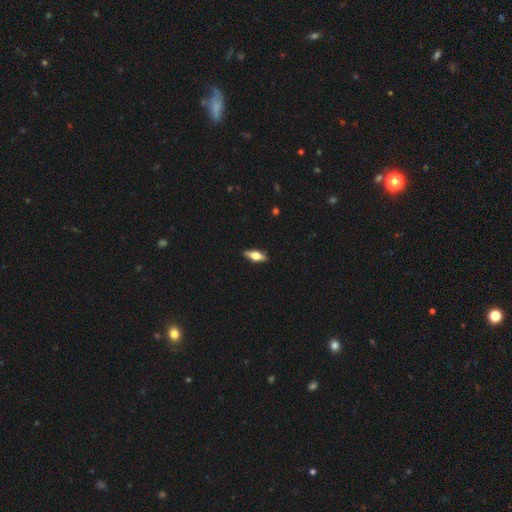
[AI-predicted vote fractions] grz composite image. It shows a smooth galaxy with no disk features (47%). Merging: none (89%).